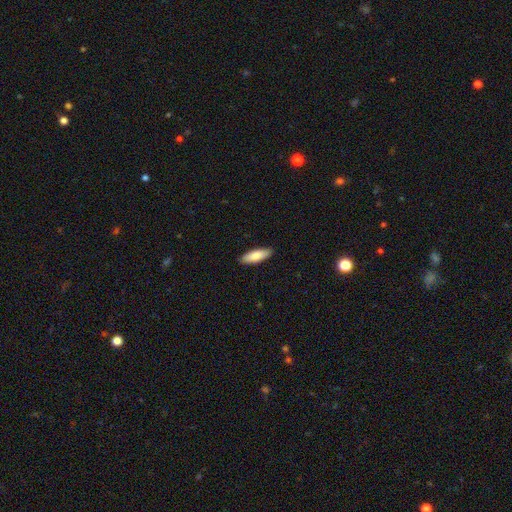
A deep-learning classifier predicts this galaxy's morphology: Smooth or featured? smooth (82%)
How rounded? in between (57%)
Merging? none (89%)